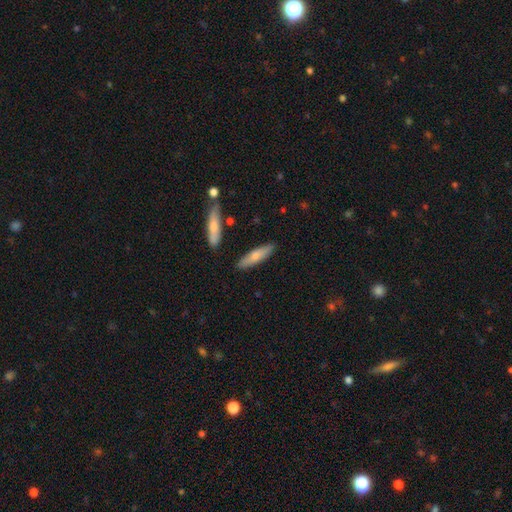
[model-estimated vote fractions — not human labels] Smooth or featured: smooth — 67% (featured or disk — 27%)
How rounded: cigar-shaped — 70% (in between — 28%)
Merging: none — 85% (minor disturbance — 10%)